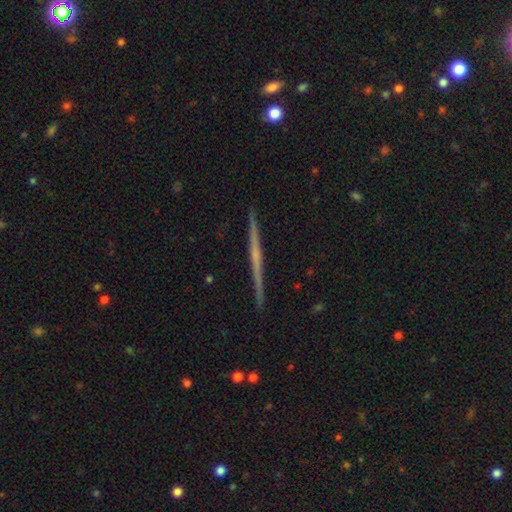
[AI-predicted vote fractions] smooth-or-featured: featured or disk: 72% | smooth: 22% | star or artifact: 6%
  disk-edge-on: yes: 98% | no: 2%
    edge-on-bulge: none: 72% | rounded: 22% | boxy: 6%
  merging: none: 93% | minor disturbance: 5% | major disturbance: 1% | merger: 1%